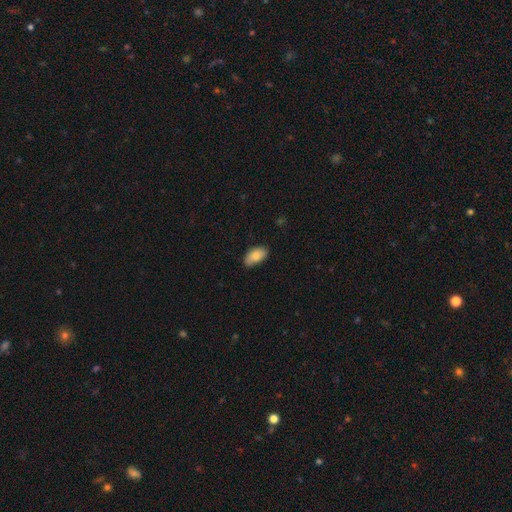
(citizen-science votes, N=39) Smooth or featured? smooth (79%)
How rounded? in between (97%)
Merging? none (65%)